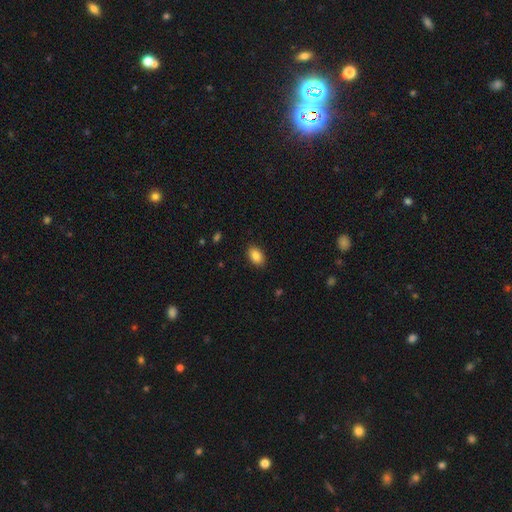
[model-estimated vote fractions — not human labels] Morphology: type=smooth (87%); roundness=in between (89%); merging=none (89%).